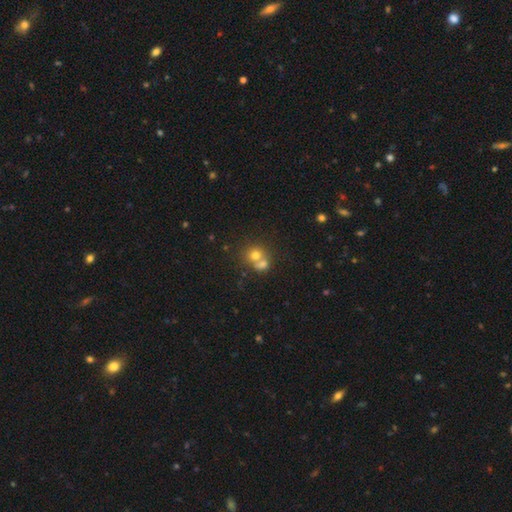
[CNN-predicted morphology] smooth_or_featured: smooth (p=0.71) [alt: featured or disk p=0.16]
how_rounded: round (p=0.76) [alt: in between p=0.23]
merging: merger (p=0.54) [alt: none p=0.36]